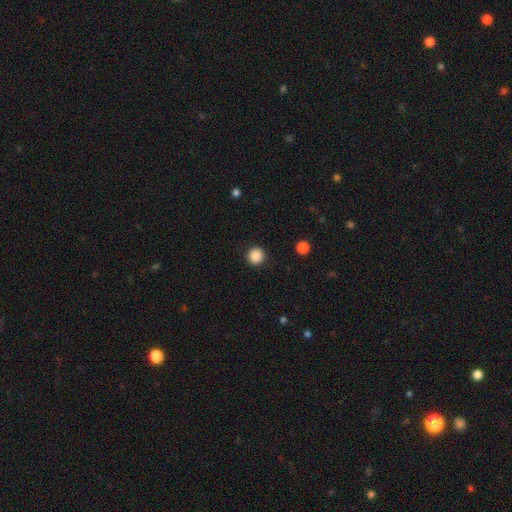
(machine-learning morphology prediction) Overall: smooth (87%). How rounded: round (95%). Merging: none (92%).